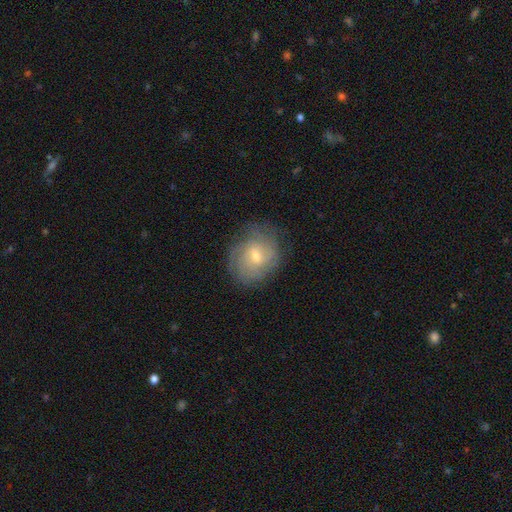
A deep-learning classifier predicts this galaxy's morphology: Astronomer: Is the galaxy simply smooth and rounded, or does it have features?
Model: featured or disk — 57% (runner-up: smooth, 34%).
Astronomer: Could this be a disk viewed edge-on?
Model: no — 96%.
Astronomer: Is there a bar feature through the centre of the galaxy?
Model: no — 53% (runner-up: weak, 41%).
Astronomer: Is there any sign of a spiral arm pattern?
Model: yes — 79%.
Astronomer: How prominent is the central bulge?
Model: small — 57% (runner-up: moderate, 39%).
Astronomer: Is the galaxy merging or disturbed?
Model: none — 74%.